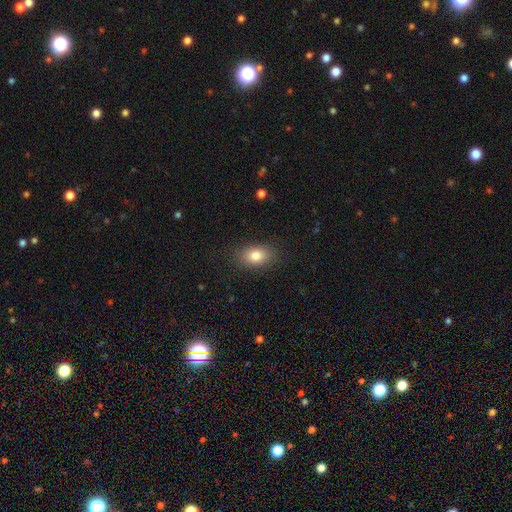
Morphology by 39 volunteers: This appears to be a smooth galaxy with no disk features (85%) that is in between round and cigar-shaped (73%). Merging: none (82%).